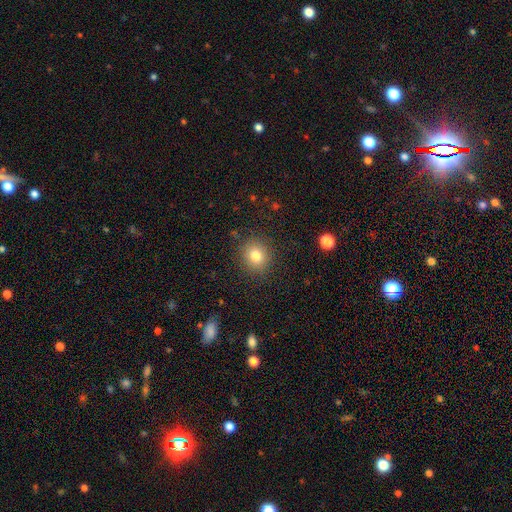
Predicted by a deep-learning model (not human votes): This is clearly a smooth galaxy (80%). How rounded: clearly round (81%). Merging: clearly none (88%).